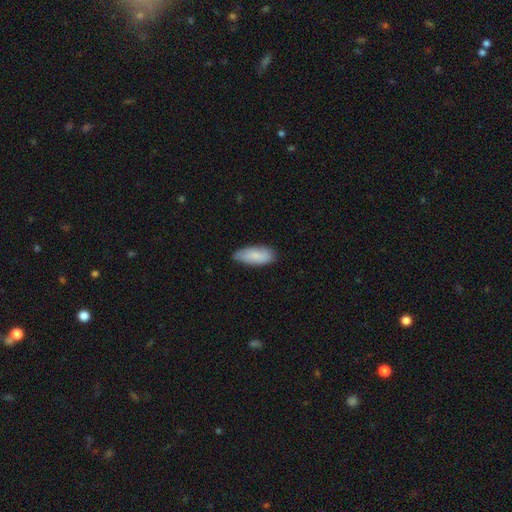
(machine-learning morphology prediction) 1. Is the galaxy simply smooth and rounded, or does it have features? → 83% smooth, 12% featured or disk, 6% star or artifact.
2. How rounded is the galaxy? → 82% in between, 16% cigar-shaped, 2% round.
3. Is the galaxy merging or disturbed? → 74% none, 22% minor disturbance, 3% major disturbance, 1% merger.